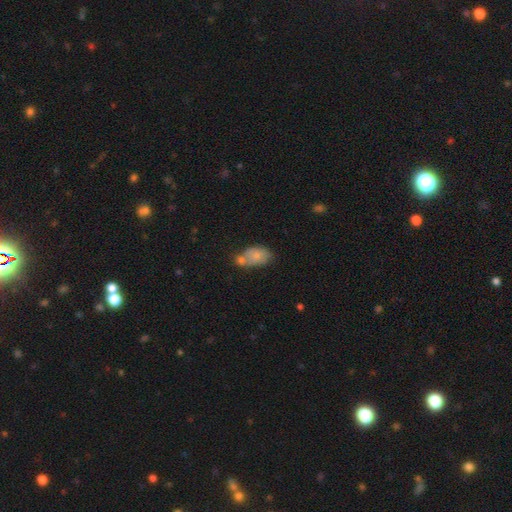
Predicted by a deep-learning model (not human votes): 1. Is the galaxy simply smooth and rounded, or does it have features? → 74% smooth, 18% featured or disk, 8% star or artifact.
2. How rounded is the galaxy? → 85% in between, 13% round, 2% cigar-shaped.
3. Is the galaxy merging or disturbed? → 43% merger, 33% none, 18% minor disturbance, 7% major disturbance.